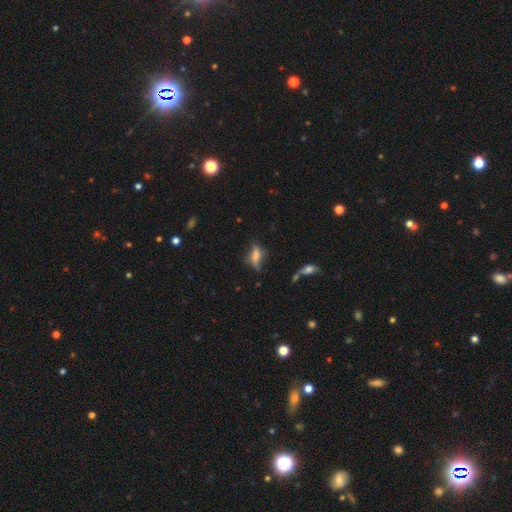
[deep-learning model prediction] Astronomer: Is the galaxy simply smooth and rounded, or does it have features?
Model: smooth — 59%.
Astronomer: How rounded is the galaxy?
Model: in between — 67%.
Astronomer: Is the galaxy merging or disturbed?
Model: none — 46% (runner-up: minor disturbance, 31%).